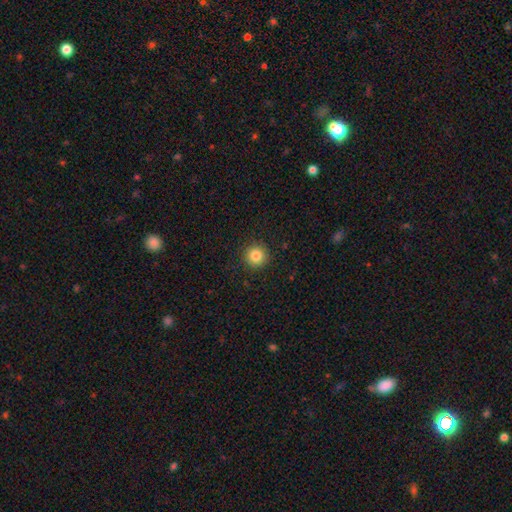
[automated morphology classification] smooth-or-featured: smooth: 84% | star or artifact: 11% | featured or disk: 5%
  how-rounded: round: 95% | in between: 4% | cigar-shaped: 1%
  merging: none: 92% | minor disturbance: 5% | major disturbance: 2% | merger: 1%